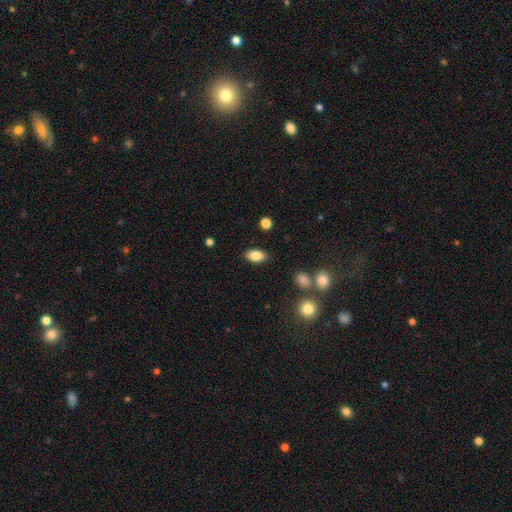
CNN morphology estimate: Smooth or featured? Predicted: smooth (p=0.84). How rounded? Predicted: in between (p=0.91). Merging? Predicted: none (p=0.87).